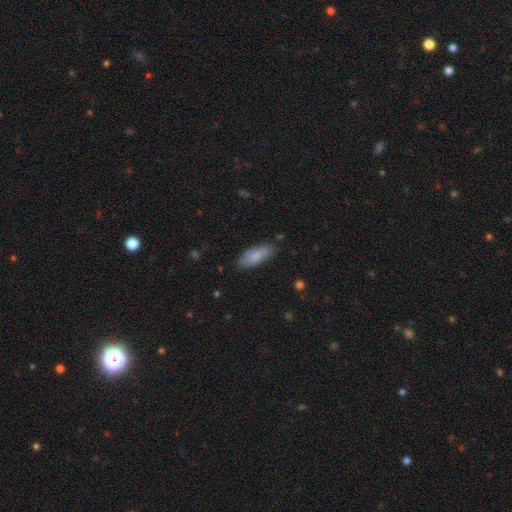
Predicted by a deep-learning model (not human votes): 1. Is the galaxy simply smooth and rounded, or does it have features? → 80% smooth, 14% featured or disk, 6% star or artifact.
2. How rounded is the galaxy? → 76% in between, 22% cigar-shaped, 2% round.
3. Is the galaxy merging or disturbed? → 80% none, 16% minor disturbance, 3% major disturbance, 1% merger.